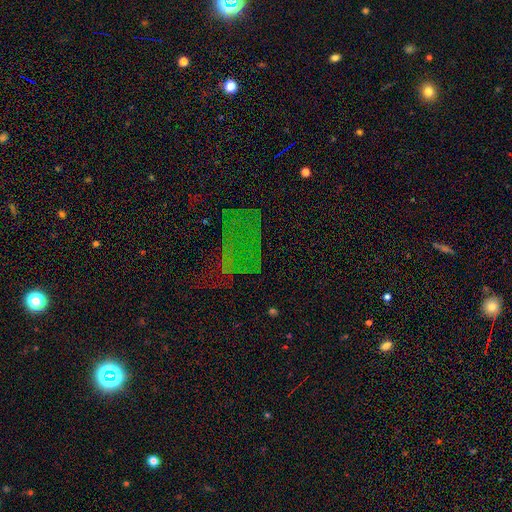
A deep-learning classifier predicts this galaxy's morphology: smooth_or_featured: star or artifact (p=0.48) [alt: featured or disk p=0.30]